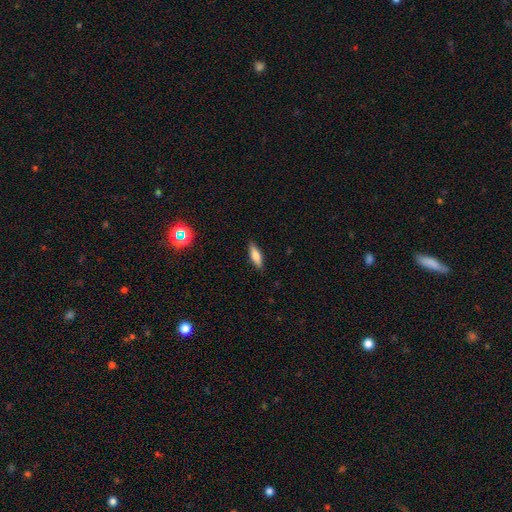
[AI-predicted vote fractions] A smooth galaxy with no disk features (72%) that is cigar-shaped (52%). Merging: none (87%).